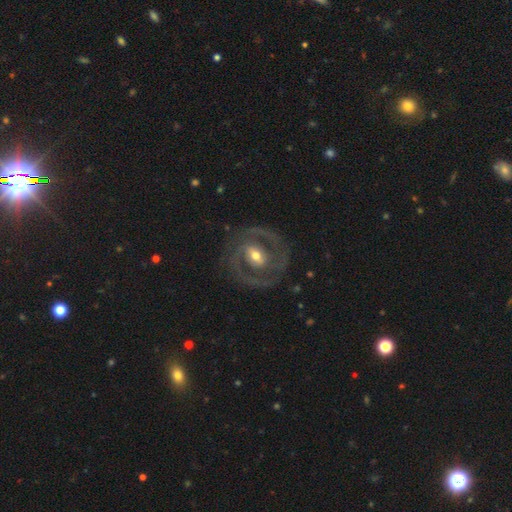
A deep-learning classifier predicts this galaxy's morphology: The model was most divided on "spiral winding": tight: 47%, medium: 43%, loose: 10%. Remaining: edge-on disk — no (97%); spiral arms — yes (89%); smooth or featured — featured or disk (86%); spiral arm count — 2 (79%); merging — none (78%); bulge size — moderate (66%); bar — weak (43%).